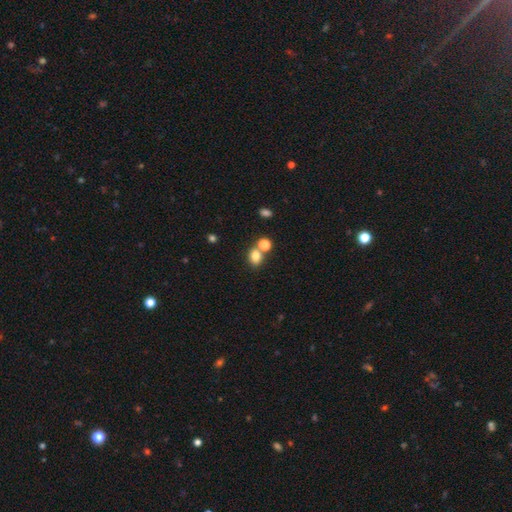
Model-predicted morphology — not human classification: smooth 80%, star or artifact 13%, featured or disk 7%. Down the decision tree: how rounded — round (50%); merging — none (57%).